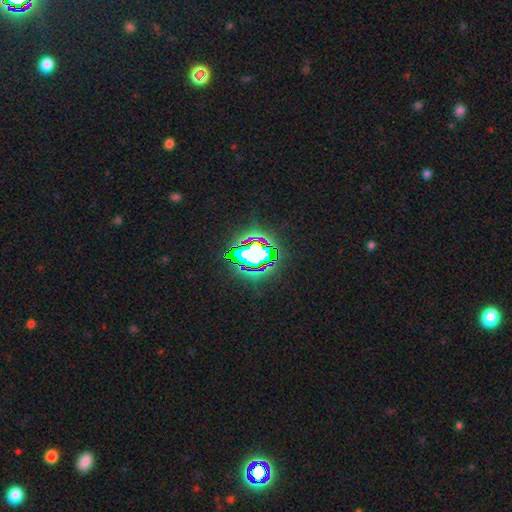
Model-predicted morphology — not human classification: The model was most divided on "smooth or featured": star or artifact: 63%, smooth: 19%, featured or disk: 17%.